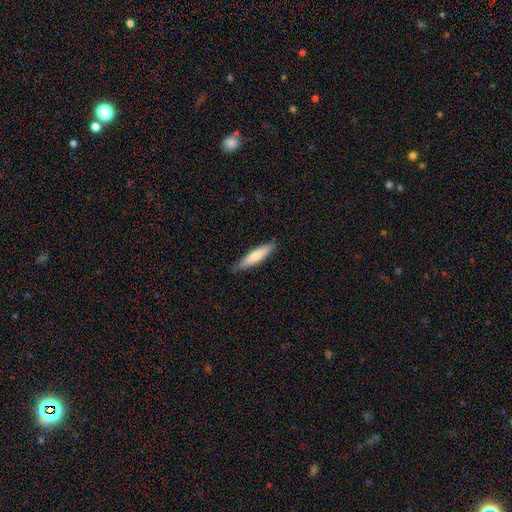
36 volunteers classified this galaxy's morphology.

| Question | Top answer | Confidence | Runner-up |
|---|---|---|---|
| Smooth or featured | smooth | 61% | featured or disk (39%) |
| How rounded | cigar-shaped | 86% | in between (14%) |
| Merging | none | 81% | minor disturbance (19%) |